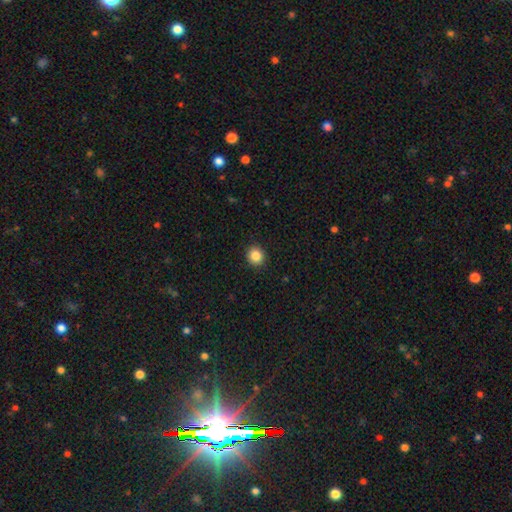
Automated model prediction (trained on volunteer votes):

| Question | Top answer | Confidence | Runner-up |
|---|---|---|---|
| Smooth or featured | smooth | 85% | star or artifact (10%) |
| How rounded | round | 88% | in between (12%) |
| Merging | none | 92% | minor disturbance (5%) |